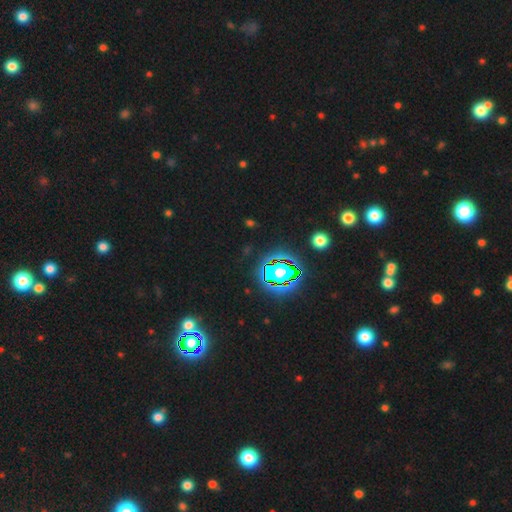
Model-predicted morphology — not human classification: Smooth or featured?
  - star or artifact: 82% *
  - smooth: 11%
  - featured or disk: 7%